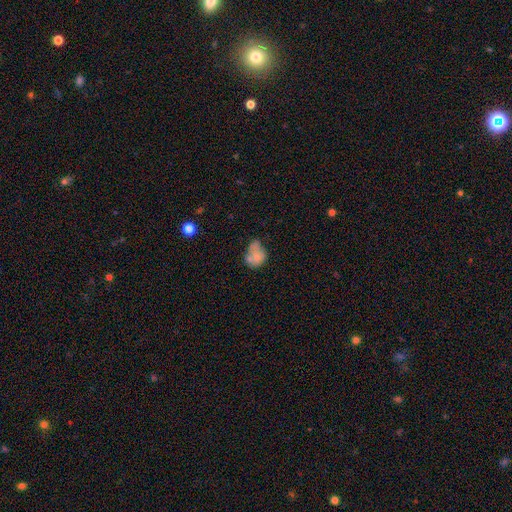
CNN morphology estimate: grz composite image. It shows a smooth galaxy with no disk features (63%) that is in between round and cigar-shaped (59%). Merging: none (31%).